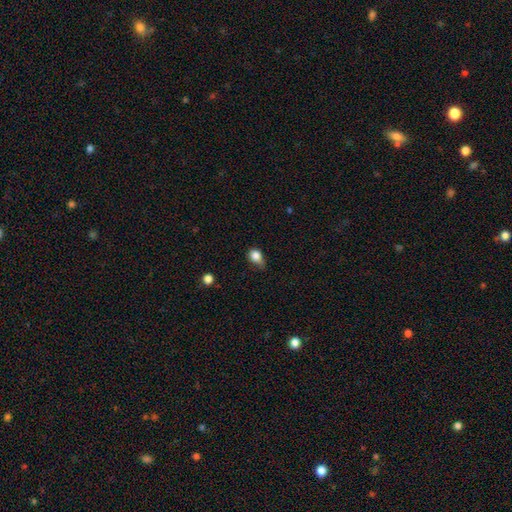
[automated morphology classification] A smooth galaxy with no disk features (83%) that is in between round and cigar-shaped (53%). Merging: minor disturbance (44%).